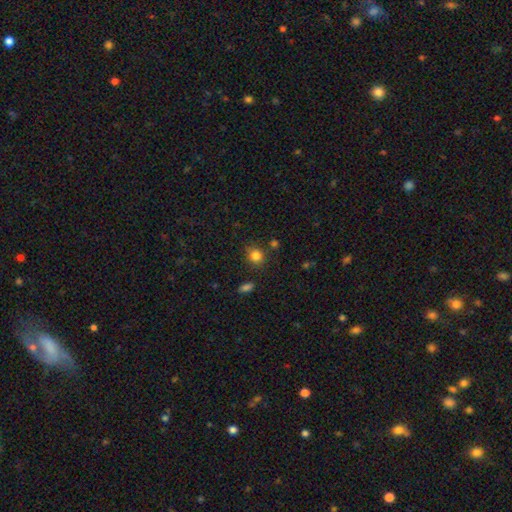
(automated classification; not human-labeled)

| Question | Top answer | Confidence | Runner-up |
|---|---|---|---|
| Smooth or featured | smooth | 83% | star or artifact (12%) |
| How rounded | round | 77% | in between (22%) |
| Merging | none | 80% | minor disturbance (13%) |